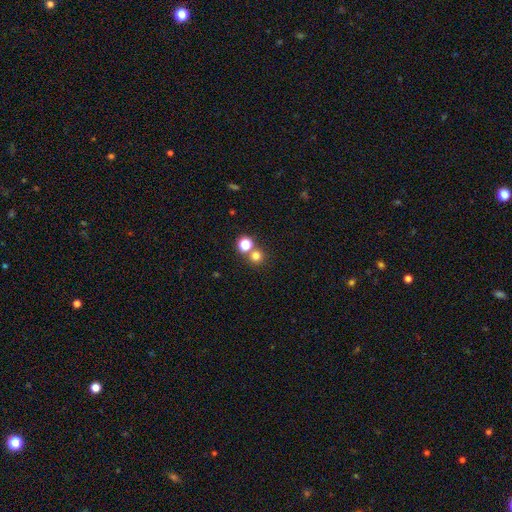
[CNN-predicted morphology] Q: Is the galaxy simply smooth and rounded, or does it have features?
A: smooth — 74%.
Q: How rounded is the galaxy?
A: round — 91%.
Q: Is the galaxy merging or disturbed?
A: none — 63%.